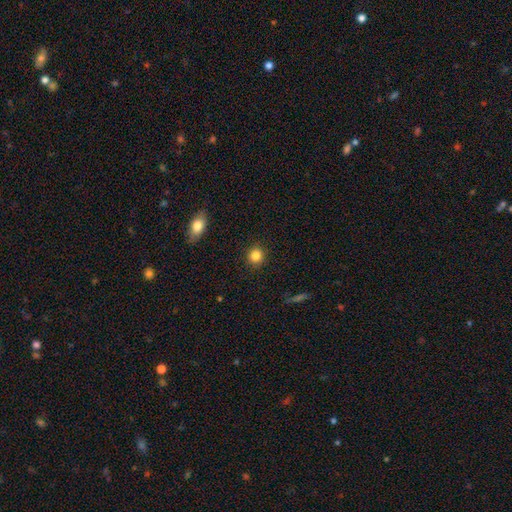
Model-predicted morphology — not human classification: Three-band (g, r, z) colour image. It shows a smooth galaxy with no disk features (84%) that is round (88%). Merging: none (91%).